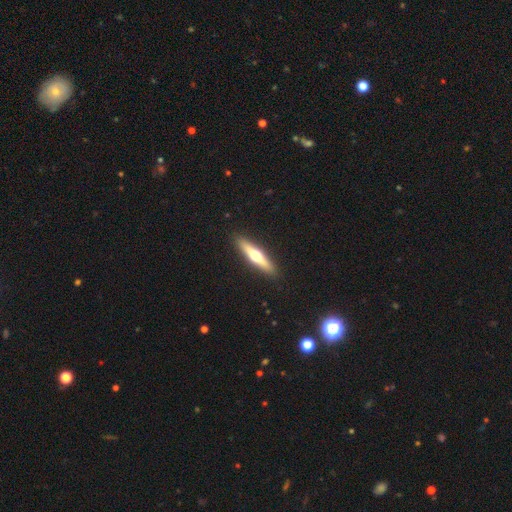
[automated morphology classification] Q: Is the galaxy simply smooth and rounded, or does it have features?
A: featured or disk — 55%.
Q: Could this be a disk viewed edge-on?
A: yes — 95%.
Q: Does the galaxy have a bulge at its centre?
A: rounded — 94%.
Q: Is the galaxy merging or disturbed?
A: none — 91%.